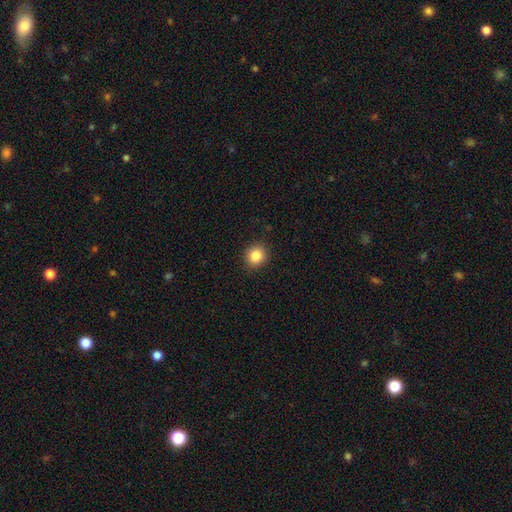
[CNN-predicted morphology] This appears to be a smooth galaxy with no disk features (85%) that is round (84%). Merging: none (90%).